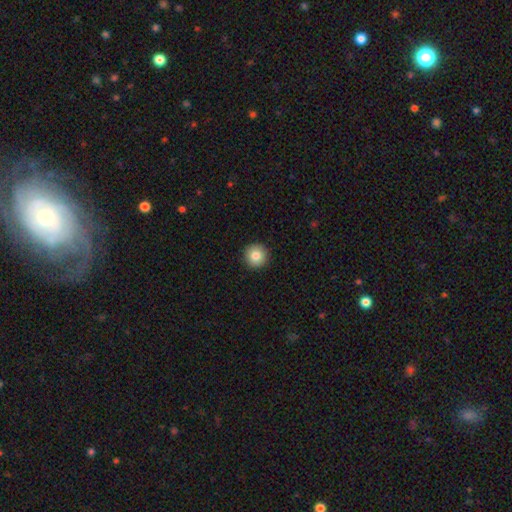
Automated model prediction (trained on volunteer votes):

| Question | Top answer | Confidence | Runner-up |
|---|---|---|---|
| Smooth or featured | smooth | 84% | star or artifact (9%) |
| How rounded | round | 96% | in between (3%) |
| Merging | none | 93% | minor disturbance (5%) |